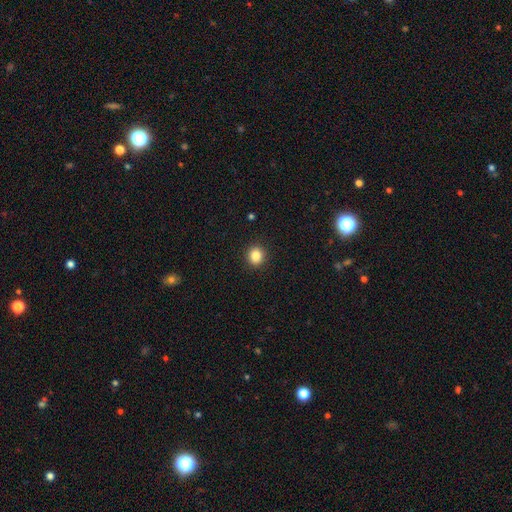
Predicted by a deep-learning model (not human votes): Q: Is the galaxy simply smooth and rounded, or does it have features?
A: smooth — 85%.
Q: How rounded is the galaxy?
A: round — 85%.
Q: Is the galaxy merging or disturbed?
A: none — 92%.